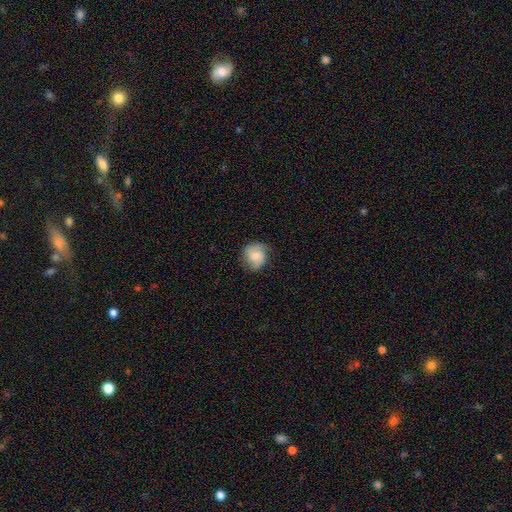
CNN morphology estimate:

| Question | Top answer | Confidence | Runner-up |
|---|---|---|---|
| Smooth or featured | smooth | 51% | featured or disk (41%) |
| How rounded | round | 78% | in between (21%) |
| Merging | none | 71% | minor disturbance (22%) |